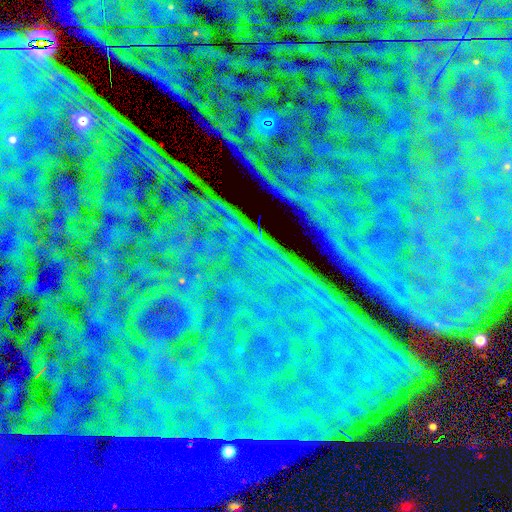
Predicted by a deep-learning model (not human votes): smooth-or-featured: star or artifact: 88% | featured or disk: 7% | smooth: 6%